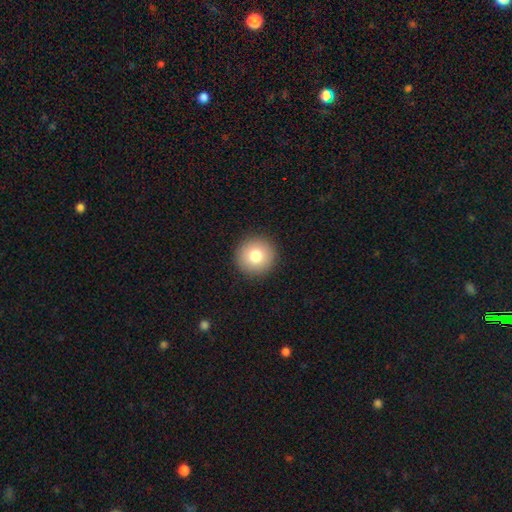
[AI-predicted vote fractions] This is likely a smooth galaxy (80%). How rounded: clearly round (95%). Merging: clearly none (93%).